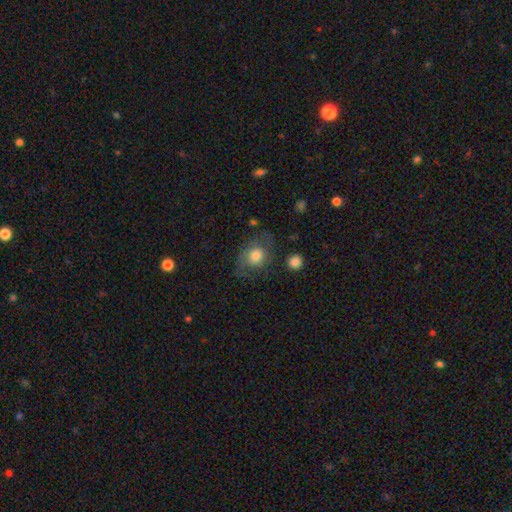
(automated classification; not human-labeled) smooth-or-featured: smooth: 52% | featured or disk: 39% | star or artifact: 9%
  how-rounded: round: 60% | in between: 39% | cigar-shaped: 1%
  merging: none: 59% | minor disturbance: 22% | major disturbance: 16% | merger: 2%